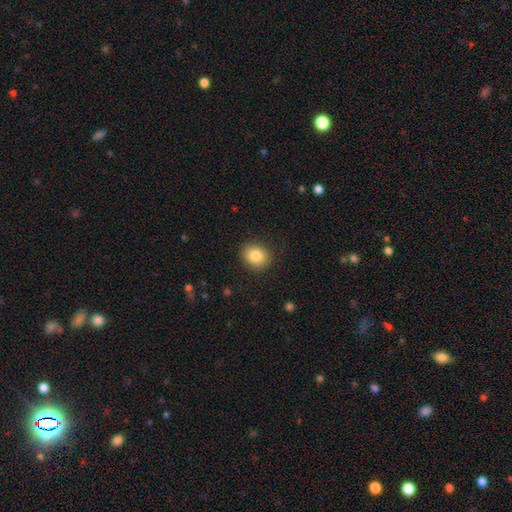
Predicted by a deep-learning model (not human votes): Smooth or featured?
  - smooth: 84% *
  - star or artifact: 9%
  - featured or disk: 7%
How rounded?
  - round: 65% *
  - in between: 35%
  - cigar-shaped: 1%
Merging?
  - none: 87% *
  - minor disturbance: 9%
  - major disturbance: 3%
  - merger: 1%